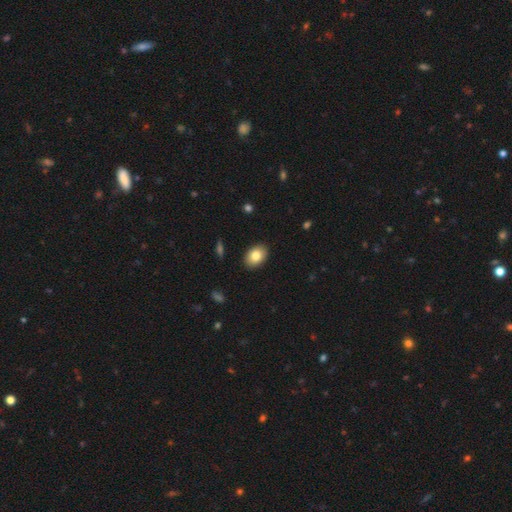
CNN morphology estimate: Overall: smooth (82%). How rounded: in between (83%). Merging: none (90%).